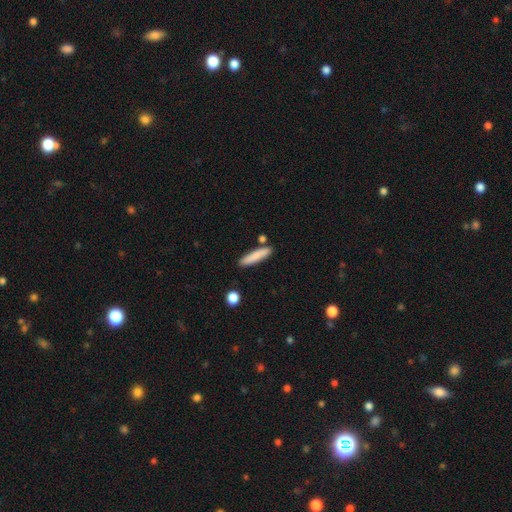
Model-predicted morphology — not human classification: A smooth galaxy with no disk features (82%) that is cigar-shaped (84%).

Vote fractions:
- Smooth or featured? smooth: 82% / featured or disk: 12% / star or artifact: 6%
- How rounded? cigar-shaped: 84% / in between: 15% / round: 2%
- Merging? none: 81% / minor disturbance: 10% / merger: 6% / major disturbance: 2%